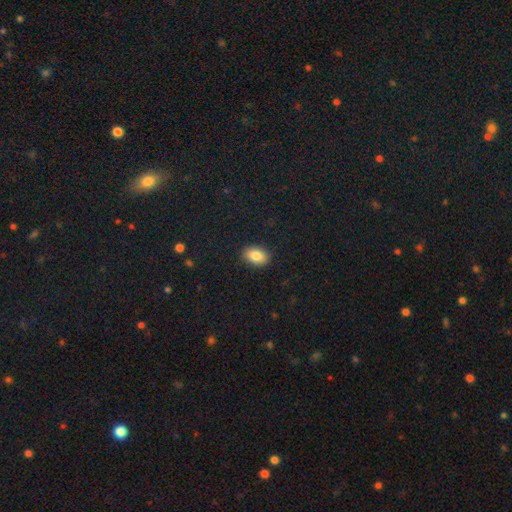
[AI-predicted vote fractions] A smooth galaxy with no disk features (84%) that is in between round and cigar-shaped (86%).

Vote fractions:
- Smooth or featured? smooth: 84% / star or artifact: 8% / featured or disk: 7%
- How rounded? in between: 86% / round: 13% / cigar-shaped: 1%
- Merging? none: 89% / minor disturbance: 8% / major disturbance: 2% / merger: 1%